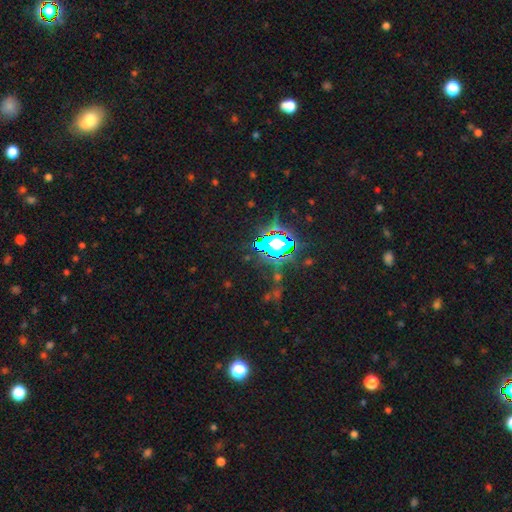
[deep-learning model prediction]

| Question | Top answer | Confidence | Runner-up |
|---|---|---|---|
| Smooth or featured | star or artifact | 82% | smooth (10%) |